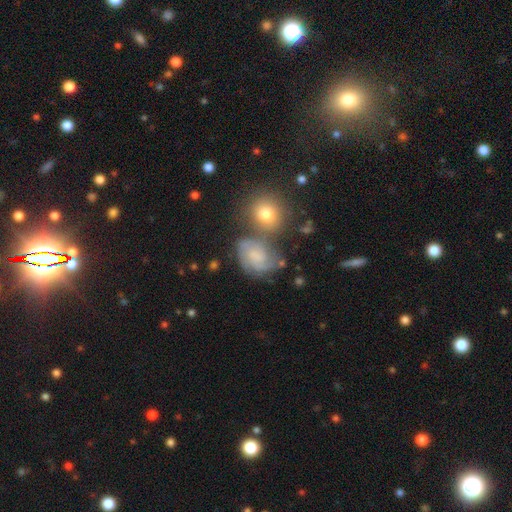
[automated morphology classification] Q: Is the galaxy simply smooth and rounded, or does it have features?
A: featured or disk — 67%.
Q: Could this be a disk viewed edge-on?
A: no — 98%.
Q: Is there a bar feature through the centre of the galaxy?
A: no — 58%.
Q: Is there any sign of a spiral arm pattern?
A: yes — 90%.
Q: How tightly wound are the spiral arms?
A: medium — 45%.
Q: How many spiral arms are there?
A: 2 — 51%.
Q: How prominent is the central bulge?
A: small — 38%.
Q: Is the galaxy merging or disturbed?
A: none — 53%.